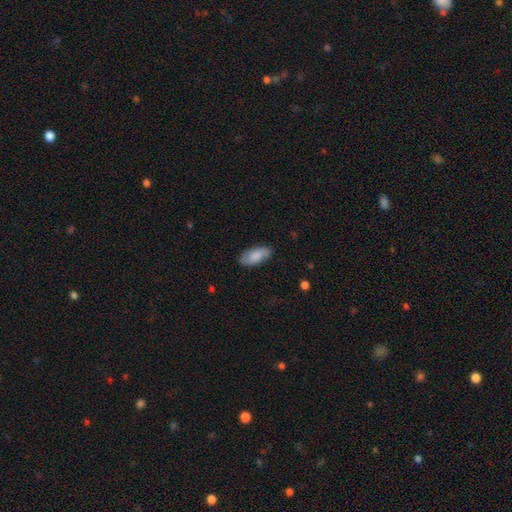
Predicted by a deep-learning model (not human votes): A smooth galaxy with no disk features (78%) that is in between round and cigar-shaped (89%). Merging: none (83%).